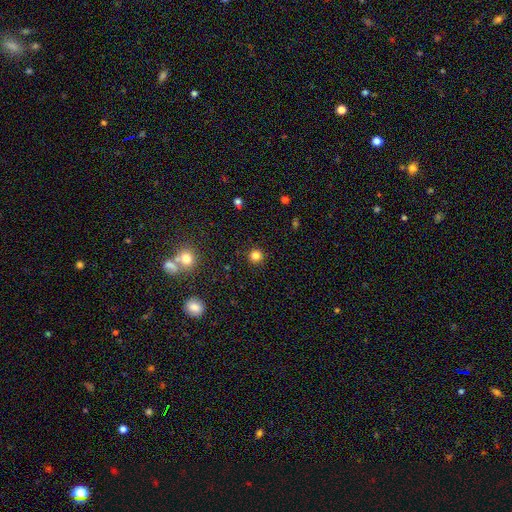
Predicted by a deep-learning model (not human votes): smooth 82%, star or artifact 14%, featured or disk 4%. Down the decision tree: how rounded — round (94%); merging — none (91%).